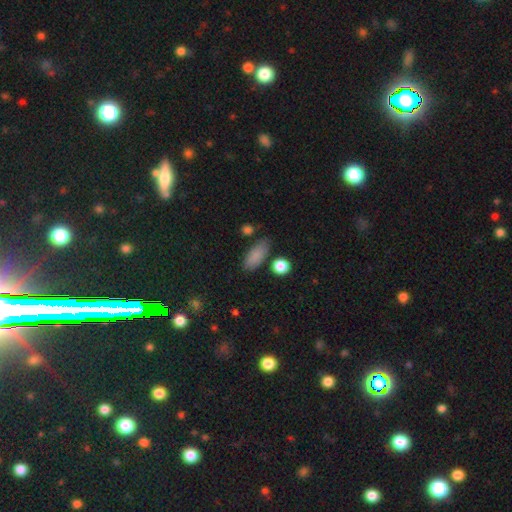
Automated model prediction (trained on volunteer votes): smooth_or_featured: smooth (p=0.85) [alt: star or artifact p=0.08]
how_rounded: in between (p=0.80) [alt: cigar-shaped p=0.15]
merging: none (p=0.74) [alt: minor disturbance p=0.17]